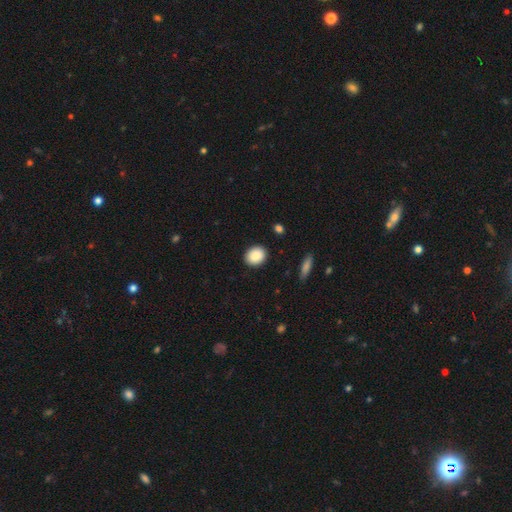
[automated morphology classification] Smooth or featured? smooth (89%)
How rounded? round (55%)
Merging? none (90%)